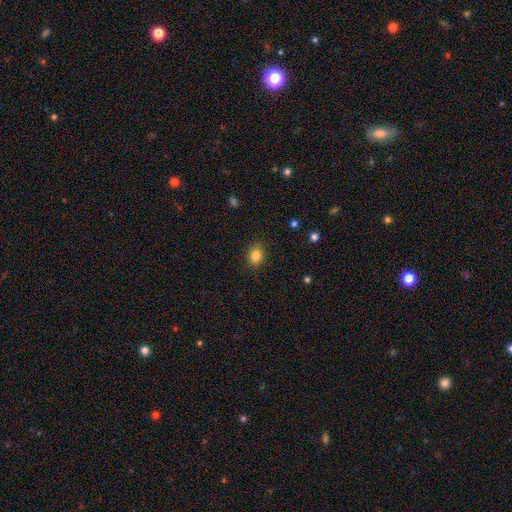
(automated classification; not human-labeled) The model was most divided on "how rounded": in between: 54%, round: 45%, cigar-shaped: 1%. More confident: merging — none (88%); smooth or featured — smooth (85%).